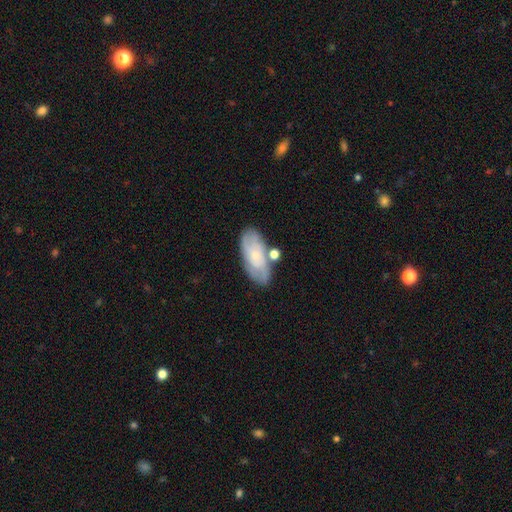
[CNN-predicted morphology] Smooth or featured: featured or disk — 54% (smooth — 39%)
Edge-on disk: no — 91% (yes — 9%)
Merging: none — 63% (minor disturbance — 18%)